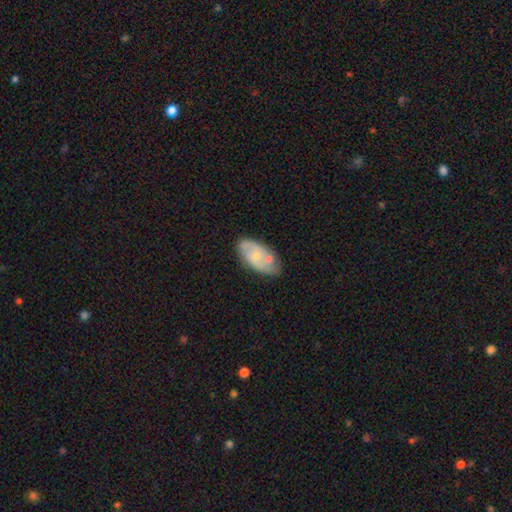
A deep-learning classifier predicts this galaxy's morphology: Q: Smooth or featured?
A: featured or disk (60%); runner-up: smooth (34%)
Q: Edge-on disk?
A: no (94%); runner-up: yes (6%)
Q: Bar?
A: no (71%); runner-up: weak (25%)
Q: Spiral arms?
A: yes (78%); runner-up: no (22%)
Q: Bulge size?
A: small (66%); runner-up: moderate (27%)
Q: Merging?
A: none (64%); runner-up: minor disturbance (20%)